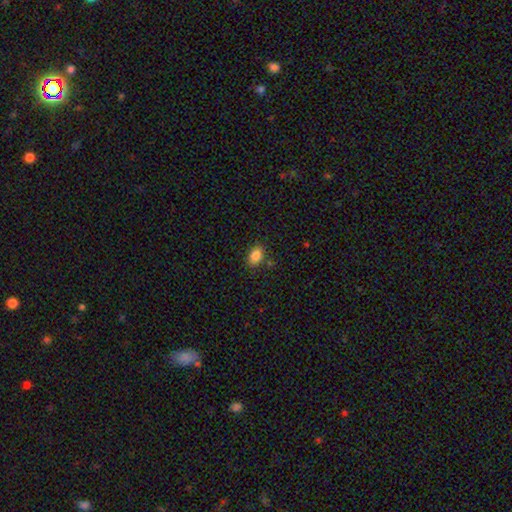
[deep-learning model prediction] Overall: smooth (84%). How rounded: in between (81%). Merging: none (82%).